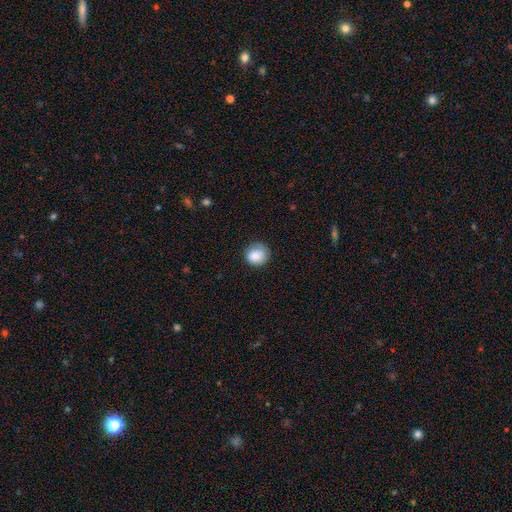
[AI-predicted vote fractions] A smooth galaxy with no disk features (85%) that is round (86%). Merging: none (74%).